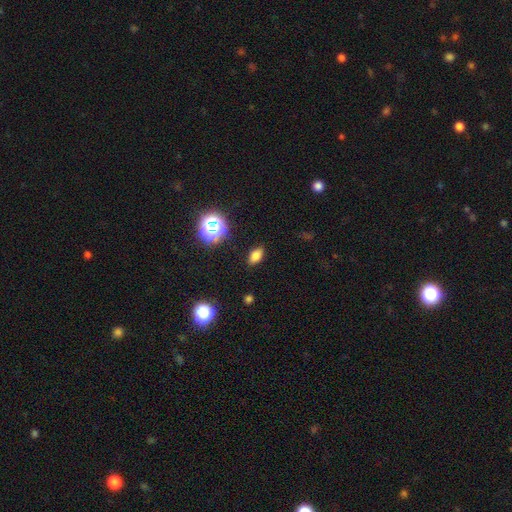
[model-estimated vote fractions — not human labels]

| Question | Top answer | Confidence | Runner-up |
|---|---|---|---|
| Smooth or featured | smooth | 74% | star or artifact (17%) |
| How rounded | in between | 85% | round (10%) |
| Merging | none | 87% | minor disturbance (9%) |